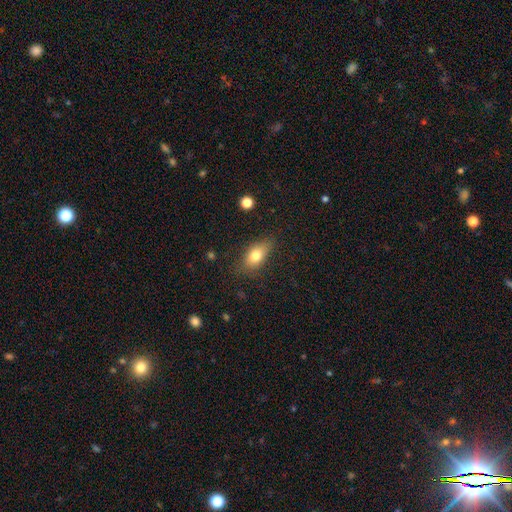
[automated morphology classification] Smooth or featured? smooth (75%)
How rounded? in between (81%)
Merging? none (75%)